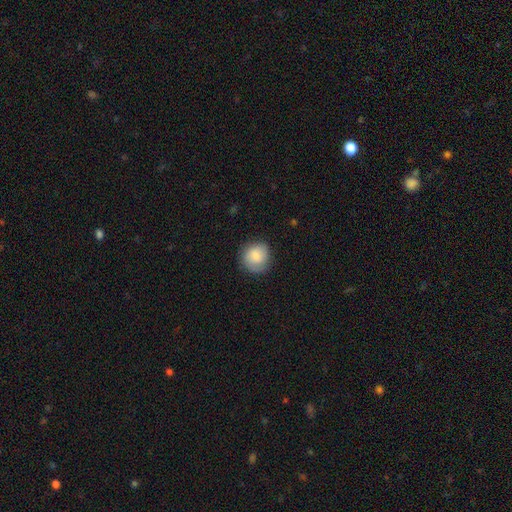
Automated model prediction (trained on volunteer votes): Q: Smooth or featured?
A: smooth (74%); runner-up: featured or disk (19%)
Q: How rounded?
A: round (87%); runner-up: in between (12%)
Q: Merging?
A: none (78%); runner-up: minor disturbance (17%)